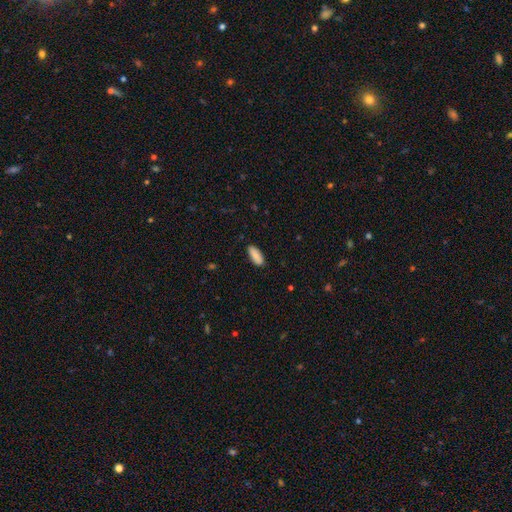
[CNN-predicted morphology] This appears to be a smooth galaxy with no disk features (86%) that is in between round and cigar-shaped (81%). Merging: none (86%).